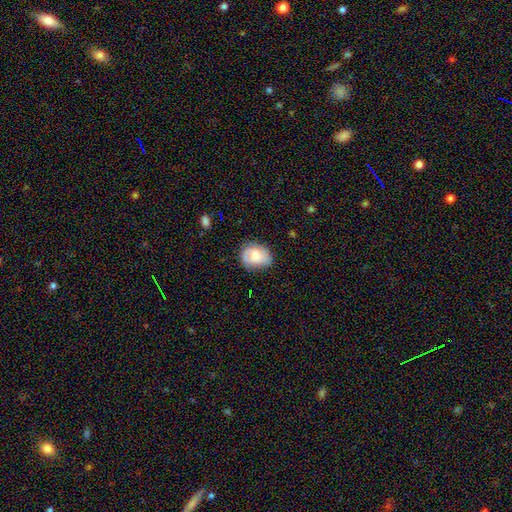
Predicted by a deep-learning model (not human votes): Smooth or featured: smooth — 61% (featured or disk — 31%)
How rounded: round — 50% (in between — 49%)
Merging: none — 61% (minor disturbance — 28%)